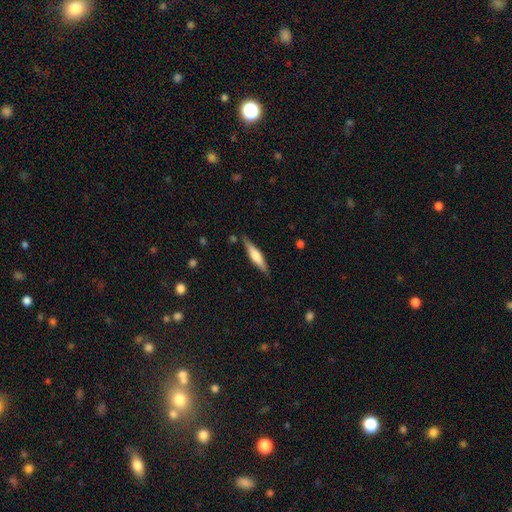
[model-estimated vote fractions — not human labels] A featured or disk galaxy (48%).

Vote fractions:
- Smooth or featured? featured or disk: 48% / smooth: 46% / star or artifact: 6%
- Merging? none: 86% / minor disturbance: 11% / major disturbance: 2% / merger: 2%